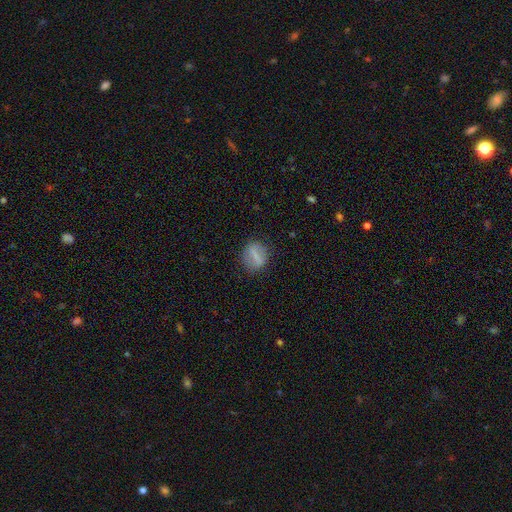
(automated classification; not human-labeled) Smooth or featured? smooth (59%)
How rounded? round (54%)
Merging? none (81%)